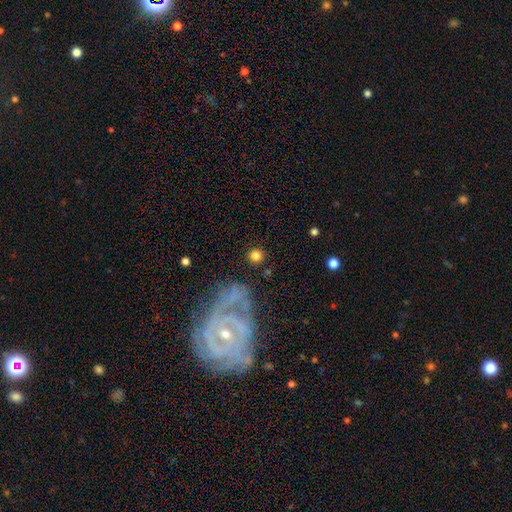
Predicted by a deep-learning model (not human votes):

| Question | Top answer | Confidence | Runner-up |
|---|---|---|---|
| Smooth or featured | smooth | 80% | star or artifact (11%) |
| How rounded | round | 92% | in between (6%) |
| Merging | none | 87% | minor disturbance (6%) |